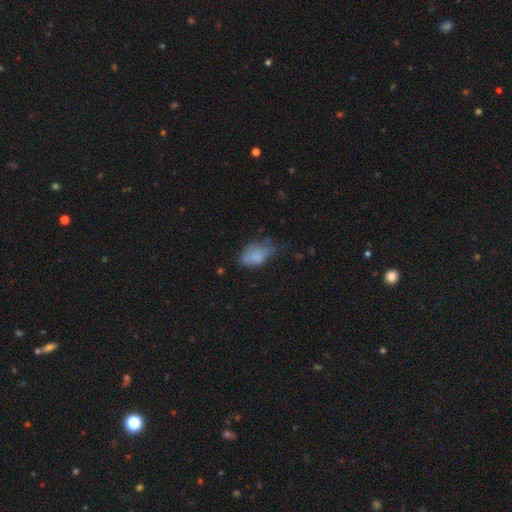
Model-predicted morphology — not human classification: smooth 65%, featured or disk 24%, star or artifact 10%. Down the decision tree: how rounded — in between (86%); merging — minor disturbance (36%).